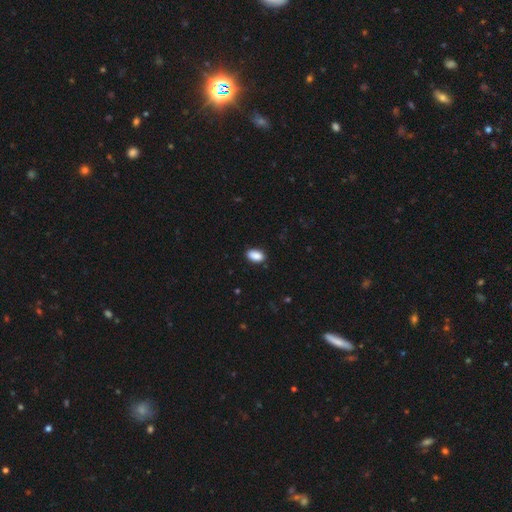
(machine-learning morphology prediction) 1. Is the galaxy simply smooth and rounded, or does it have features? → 89% smooth, 7% star or artifact, 3% featured or disk.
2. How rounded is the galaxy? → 92% in between, 6% round, 2% cigar-shaped.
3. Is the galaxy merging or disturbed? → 85% none, 12% minor disturbance, 2% major disturbance, 1% merger.